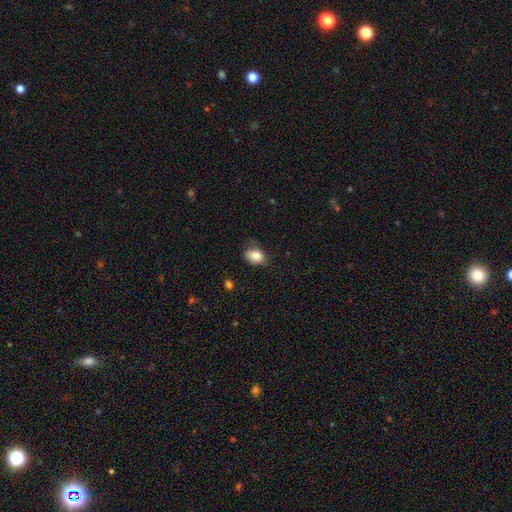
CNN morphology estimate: smooth_or_featured: smooth (p=0.83) [alt: featured or disk p=0.09]
how_rounded: in between (p=0.70) [alt: round p=0.29]
merging: none (p=0.60) [alt: minor disturbance p=0.30]